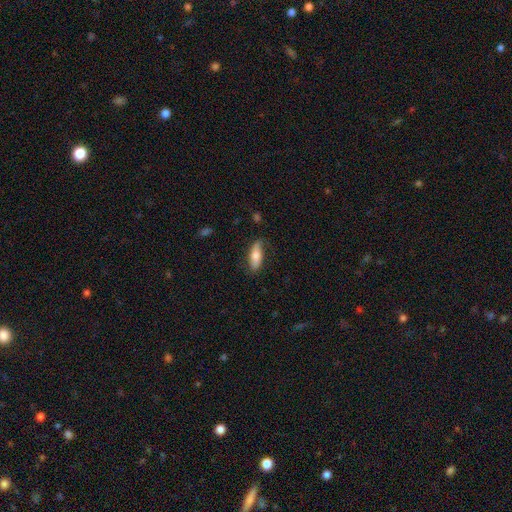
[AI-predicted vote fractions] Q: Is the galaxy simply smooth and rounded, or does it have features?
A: smooth — 66%.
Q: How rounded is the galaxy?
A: in between — 67%.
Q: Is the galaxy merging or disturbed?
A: none — 75%.